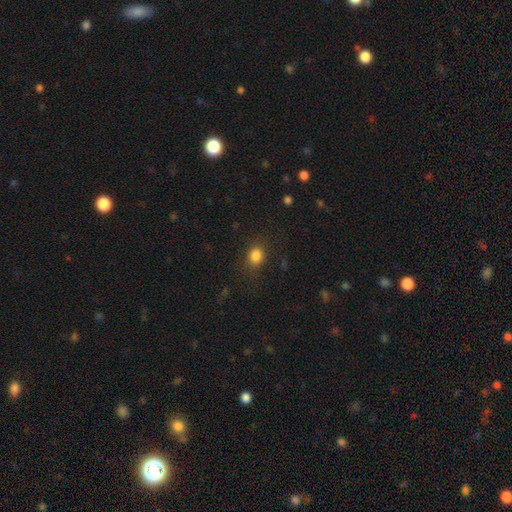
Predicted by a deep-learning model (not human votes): Smooth or featured? Predicted: smooth (p=0.84). How rounded? Predicted: round (p=0.52). Merging? Predicted: none (p=0.78).